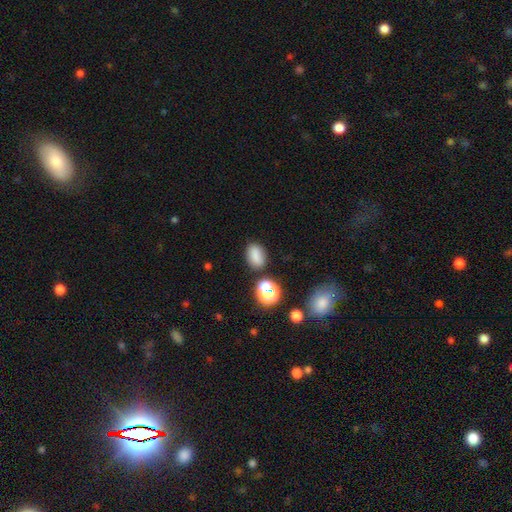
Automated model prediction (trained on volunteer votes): Smooth or featured? smooth (80%)
How rounded? in between (80%)
Merging? none (78%)